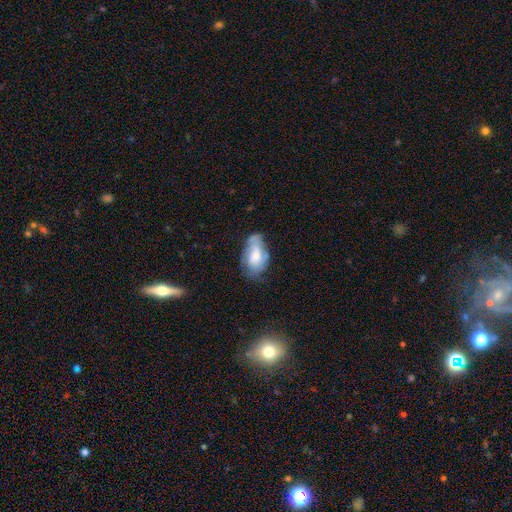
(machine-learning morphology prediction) Smooth or featured? Predicted: smooth (p=0.53). How rounded? Predicted: in between (p=0.91). Merging? Predicted: none (p=0.47).